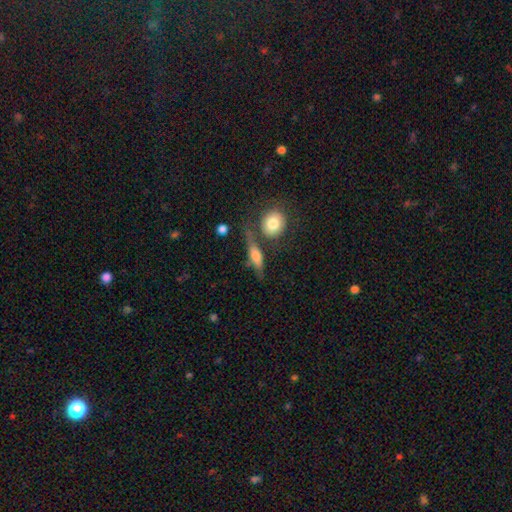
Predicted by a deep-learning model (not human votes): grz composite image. It shows a smooth galaxy with no disk features (48%). Merging: none (62%).